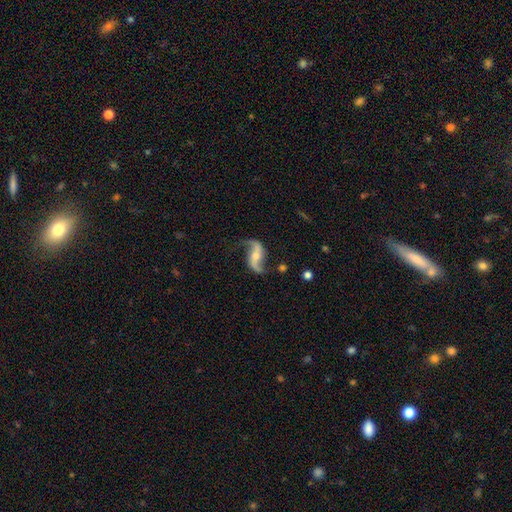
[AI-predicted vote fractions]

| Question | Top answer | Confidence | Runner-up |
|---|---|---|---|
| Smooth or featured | featured or disk | 89% | smooth (6%) |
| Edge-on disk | no | 96% | yes (4%) |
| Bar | no | 44% | weak (30%) |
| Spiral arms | yes | 96% | no (4%) |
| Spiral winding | loose | 88% | medium (9%) |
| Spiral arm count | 2 | 94% | 1 (2%) |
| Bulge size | small | 46% | tied: moderate (46%) |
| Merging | none | 75% | minor disturbance (14%) |